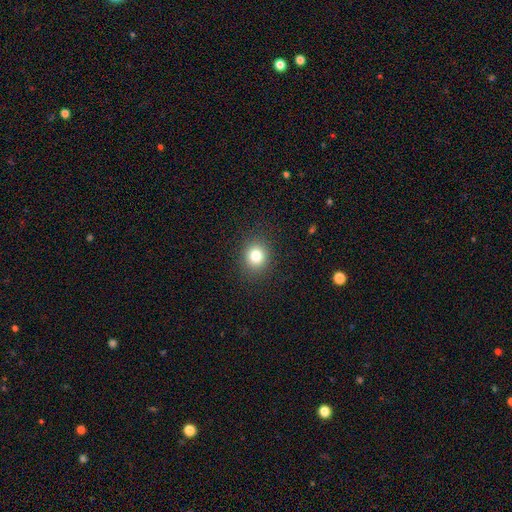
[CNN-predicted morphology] Smooth or featured: smooth — 81% (star or artifact — 12%)
How rounded: round — 76% (in between — 24%)
Merging: none — 89% (minor disturbance — 7%)